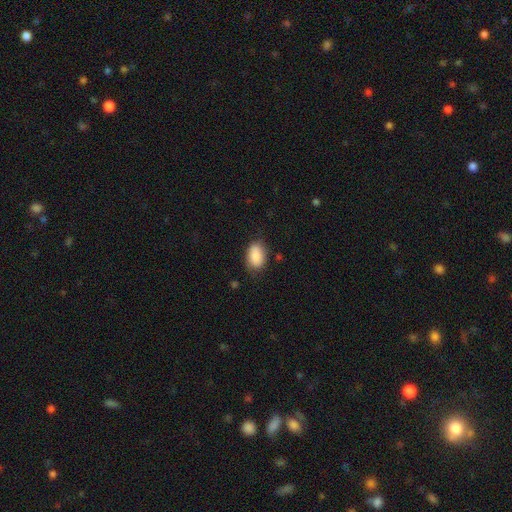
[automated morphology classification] This is clearly a smooth galaxy (88%). How rounded: clearly in between (89%). Merging: likely none (76%).